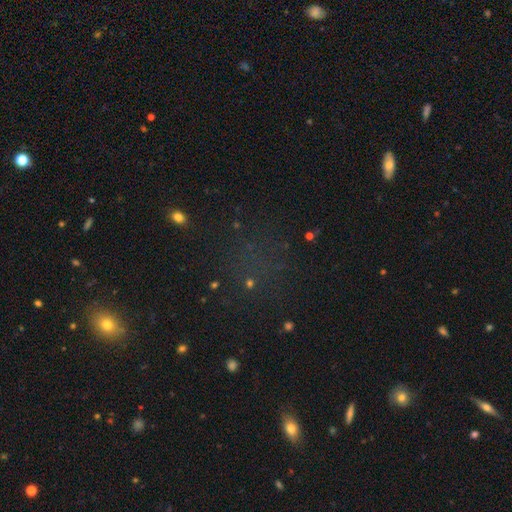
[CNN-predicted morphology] Overall: star or artifact (54%; smooth 33%).